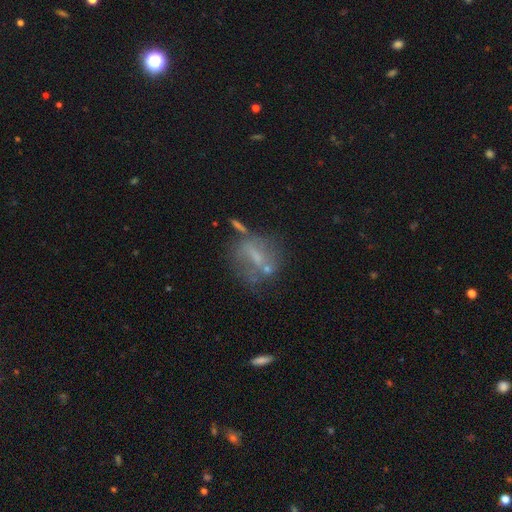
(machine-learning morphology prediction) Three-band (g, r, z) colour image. It shows a featured or disk galaxy (47%). Merging: none (43%).